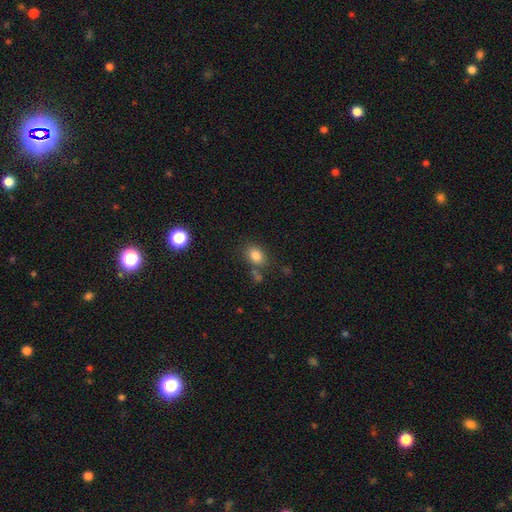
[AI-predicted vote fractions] The model was most divided on "how rounded": in between: 68%, round: 30%, cigar-shaped: 1%. More confident: smooth or featured — smooth (81%); merging — none (70%).